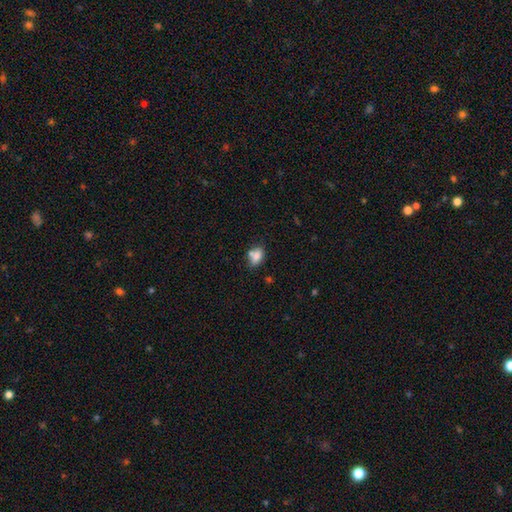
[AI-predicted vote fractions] smooth 79%, featured or disk 11%, star or artifact 10%. Down the decision tree: how rounded — in between (79%); merging — none (54%).